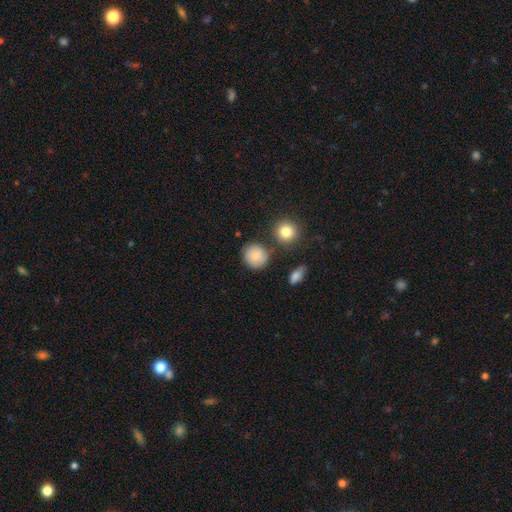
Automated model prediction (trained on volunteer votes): Overall: smooth (78%). How rounded: round (90%). Merging: none (78%).